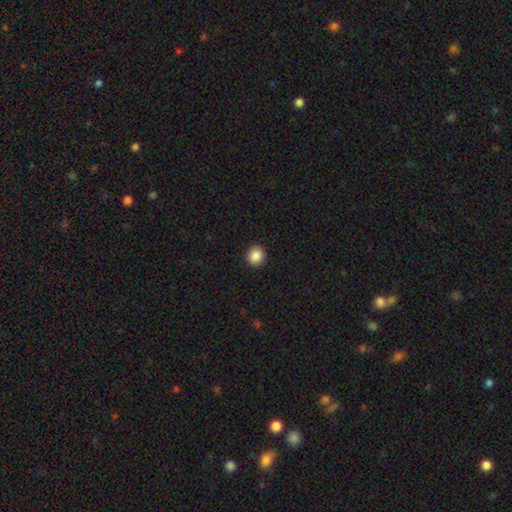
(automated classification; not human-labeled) A smooth galaxy with no disk features (88%) that is round (89%).

Vote fractions:
- Smooth or featured? smooth: 88% / star or artifact: 9% / featured or disk: 3%
- How rounded? round: 89% / in between: 10% / cigar-shaped: 1%
- Merging? none: 92% / minor disturbance: 5% / major disturbance: 2% / merger: 1%